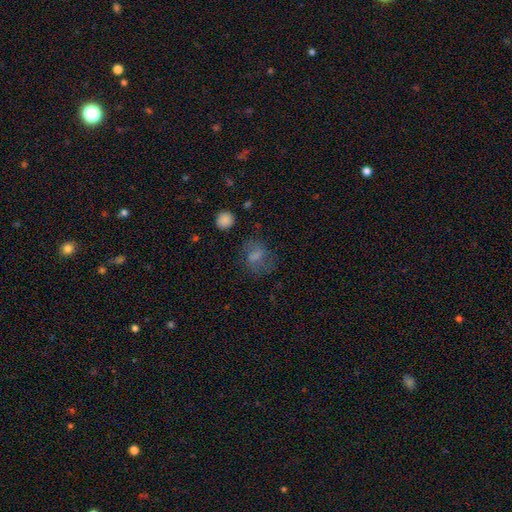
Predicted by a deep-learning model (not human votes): Smooth or featured: smooth — 62% (featured or disk — 24%)
How rounded: in between — 56% (round — 41%)
Merging: none — 59% (minor disturbance — 20%)